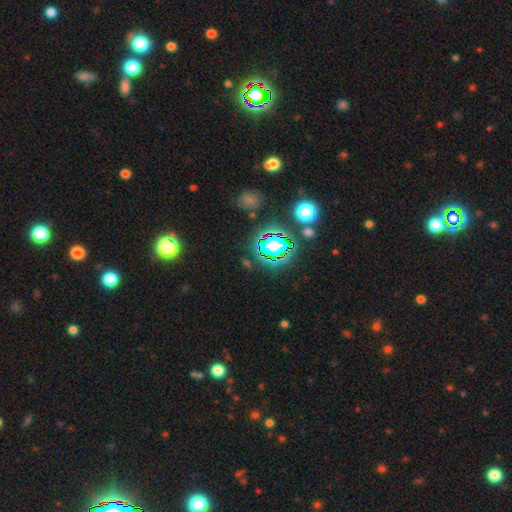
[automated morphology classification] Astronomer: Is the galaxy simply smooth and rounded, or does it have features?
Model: star or artifact — 79%.